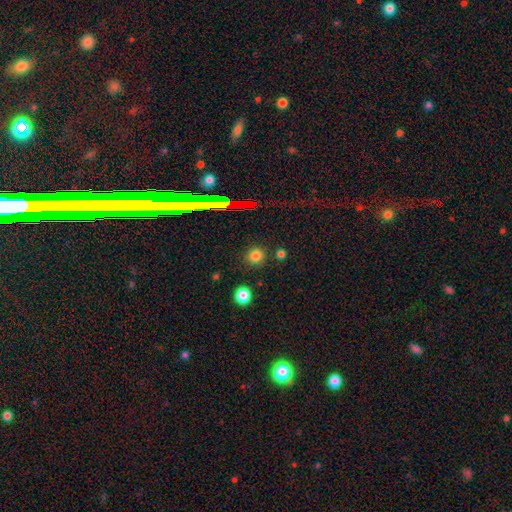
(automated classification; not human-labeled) A smooth galaxy with no disk features (77%) that is round (90%). Merging: none (87%).